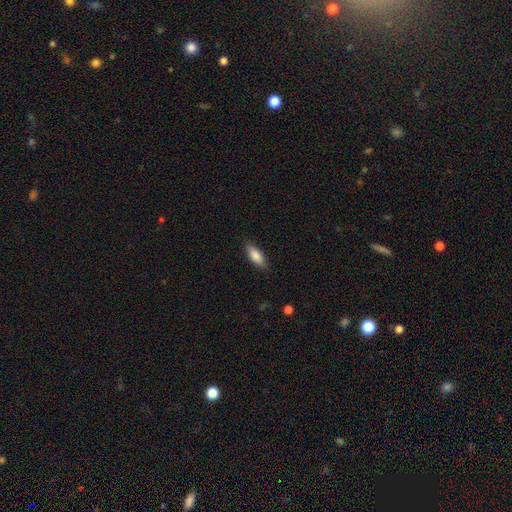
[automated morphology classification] Overall: smooth (85%). How rounded: in between (73%). Merging: none (86%).